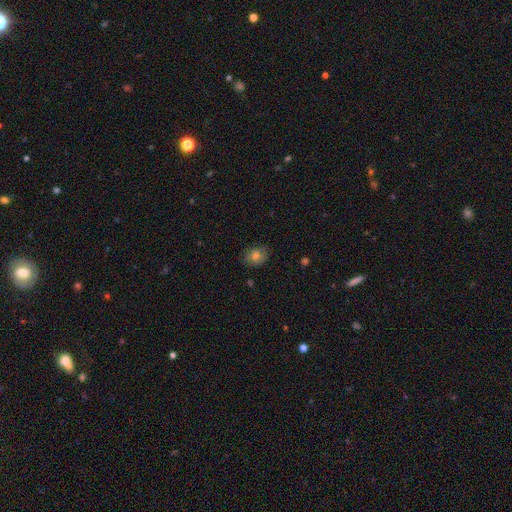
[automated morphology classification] Smooth or featured? smooth (75%)
How rounded? round (56%)
Merging? none (79%)